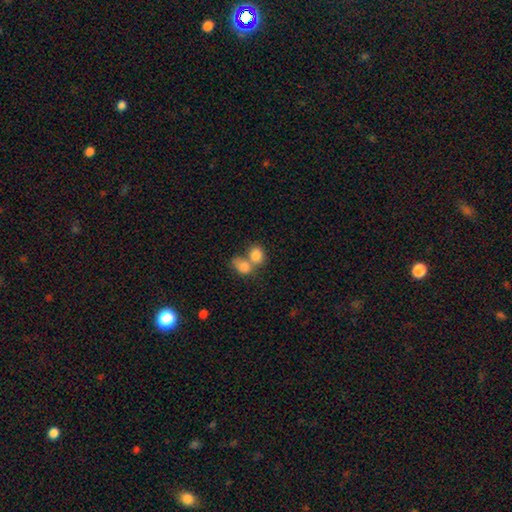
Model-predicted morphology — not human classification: Overall: smooth (82%). How rounded: round (50%; in between 48%). Merging: merger (62%; none 27%).